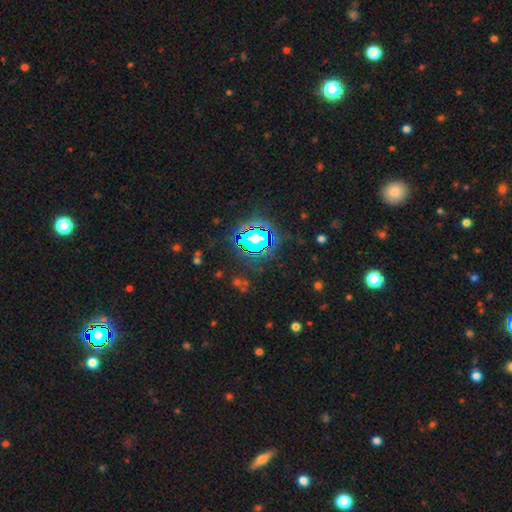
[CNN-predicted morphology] This appears to be a star or artifact, not a galaxy (79%).